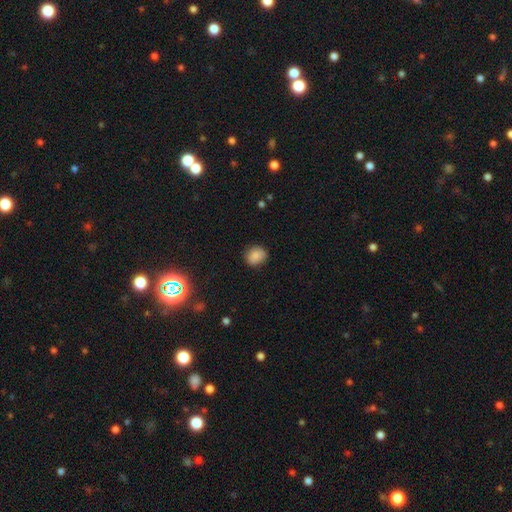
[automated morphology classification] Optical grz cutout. It shows a smooth galaxy with no disk features (85%) that is round (63%). Merging: none (80%).